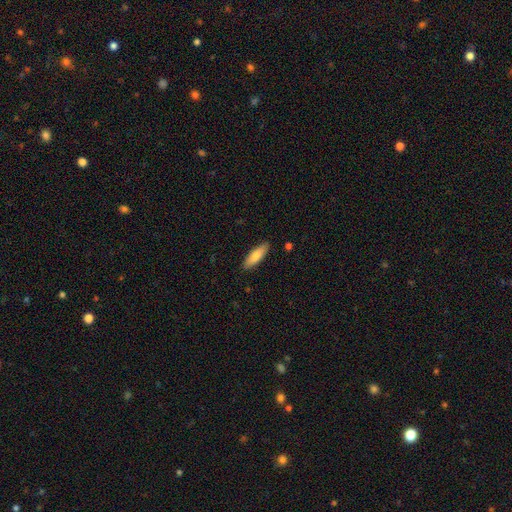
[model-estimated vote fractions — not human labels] This is likely a smooth galaxy (77%). How rounded: possibly cigar-shaped (51%). Merging: clearly none (89%).